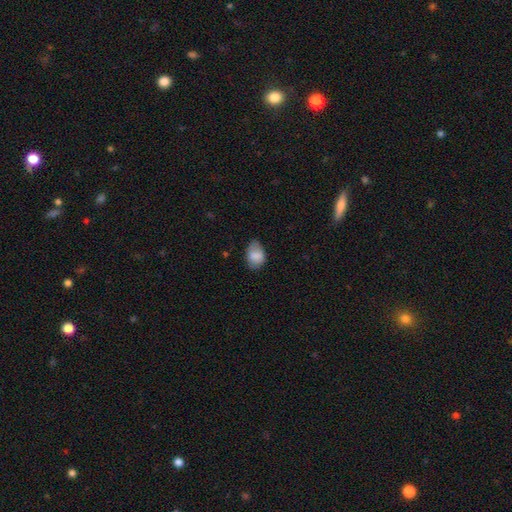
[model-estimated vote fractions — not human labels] smooth_or_featured: smooth (p=0.80) [alt: featured or disk p=0.12]
how_rounded: in between (p=0.80) [alt: round p=0.19]
merging: none (p=0.56) [alt: minor disturbance p=0.32]